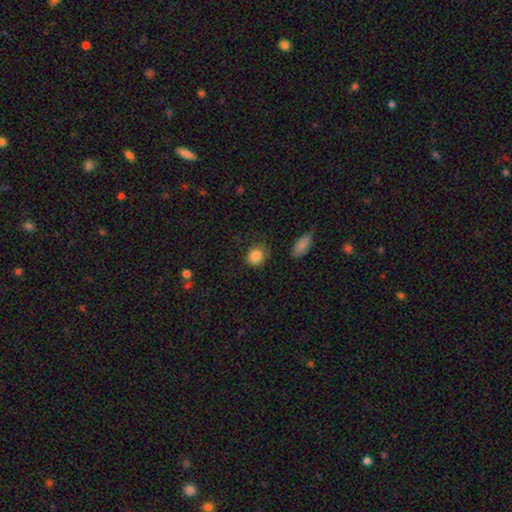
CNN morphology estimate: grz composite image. It shows a smooth galaxy with no disk features (86%) that is round (78%). Merging: none (80%).